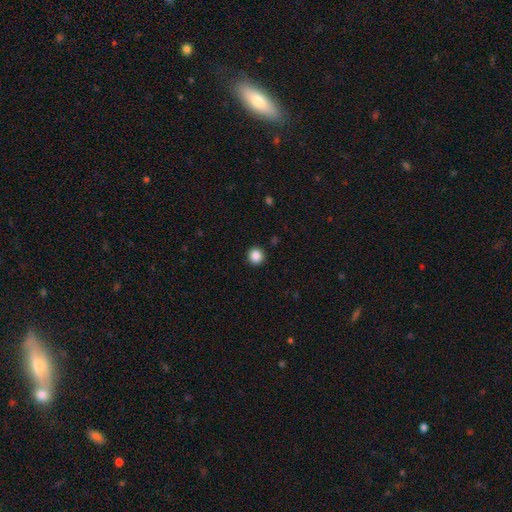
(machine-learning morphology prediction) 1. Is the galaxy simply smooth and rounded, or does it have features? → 87% smooth, 10% star or artifact, 3% featured or disk.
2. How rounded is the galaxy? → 93% round, 6% in between, 1% cigar-shaped.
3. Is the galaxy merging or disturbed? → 93% none, 5% minor disturbance, 2% major disturbance, 1% merger.